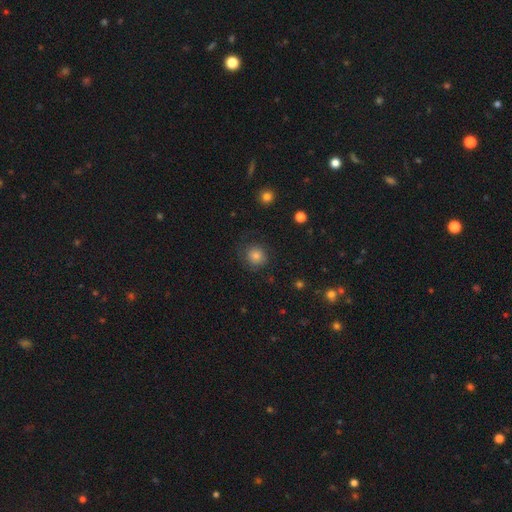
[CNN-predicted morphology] smooth_or_featured: smooth (p=0.74) [alt: star or artifact p=0.14]
how_rounded: round (p=0.89) [alt: in between p=0.10]
merging: none (p=0.74) [alt: minor disturbance p=0.15]